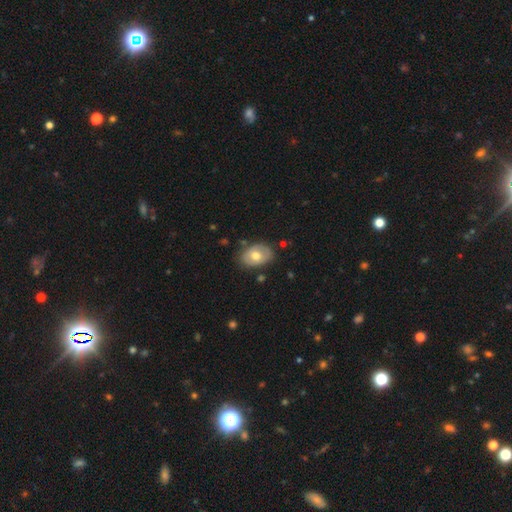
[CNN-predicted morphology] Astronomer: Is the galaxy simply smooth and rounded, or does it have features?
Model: smooth — 58% (runner-up: featured or disk, 36%).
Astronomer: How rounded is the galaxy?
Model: in between — 82%.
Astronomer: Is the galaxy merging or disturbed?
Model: none — 77%.